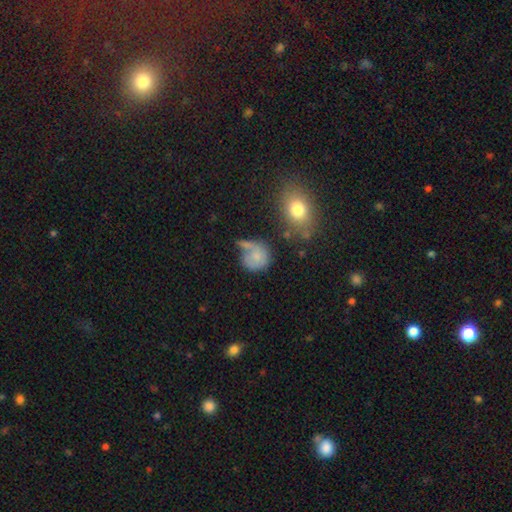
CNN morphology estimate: Q: Smooth or featured?
A: smooth (67%); runner-up: featured or disk (23%)
Q: How rounded?
A: round (79%); runner-up: in between (20%)
Q: Merging?
A: none (40%); runner-up: minor disturbance (23%)